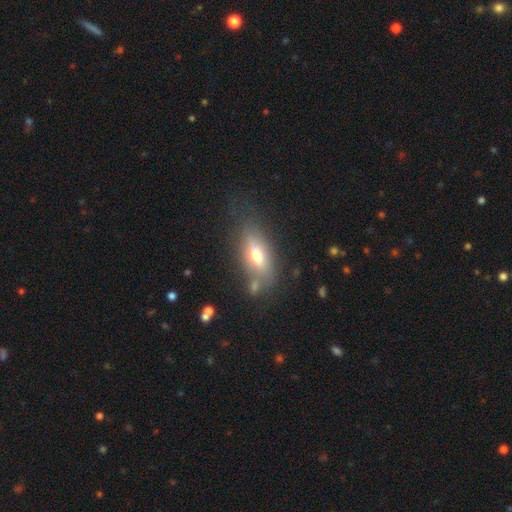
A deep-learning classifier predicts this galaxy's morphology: Smooth or featured?
  - smooth: 60% *
  - featured or disk: 30%
  - star or artifact: 9%
How rounded?
  - in between: 76% *
  - cigar-shaped: 19%
  - round: 5%
Merging?
  - none: 63% *
  - minor disturbance: 19%
  - major disturbance: 9%
  - merger: 9%